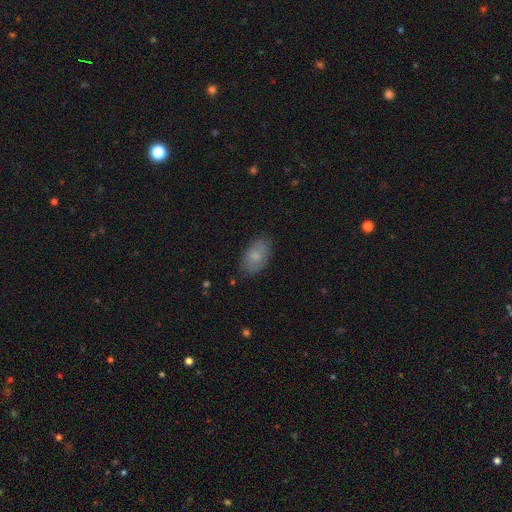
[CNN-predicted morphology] Overall: smooth (73%). How rounded: in between (92%). Merging: none (79%).